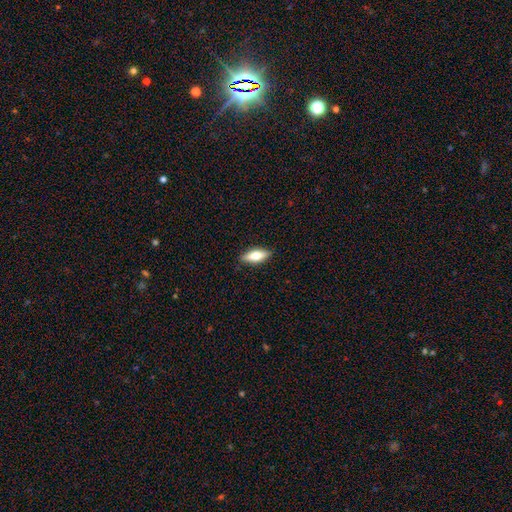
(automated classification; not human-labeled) smooth-or-featured: smooth: 64% | featured or disk: 29% | star or artifact: 6%
  how-rounded: in between: 65% | cigar-shaped: 32% | round: 3%
  merging: none: 88% | minor disturbance: 9% | major disturbance: 2% | merger: 1%